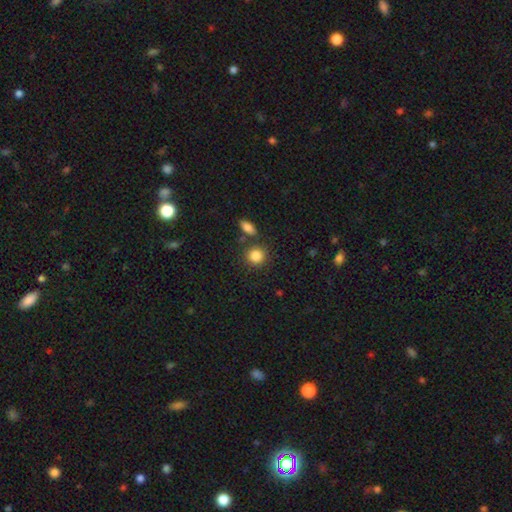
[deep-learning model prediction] Smooth or featured: smooth — 85% (star or artifact — 9%)
How rounded: round — 82% (in between — 17%)
Merging: none — 75% (merger — 11%)